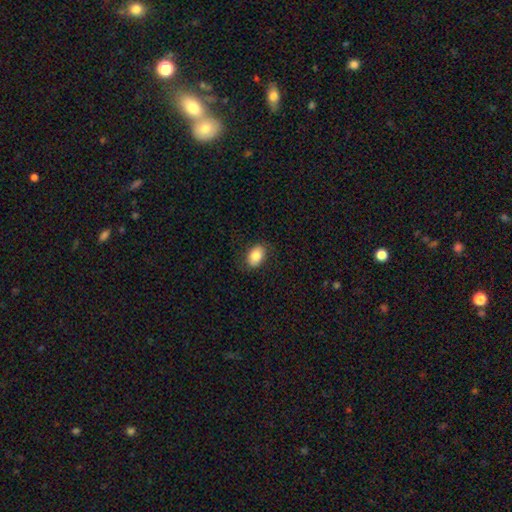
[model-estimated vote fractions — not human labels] A smooth galaxy with no disk features (83%) that is in between round and cigar-shaped (87%).

Vote fractions:
- Smooth or featured? smooth: 83% / featured or disk: 10% / star or artifact: 7%
- How rounded? in between: 87% / round: 12% / cigar-shaped: 1%
- Merging? none: 83% / minor disturbance: 13% / major disturbance: 4% / merger: 1%